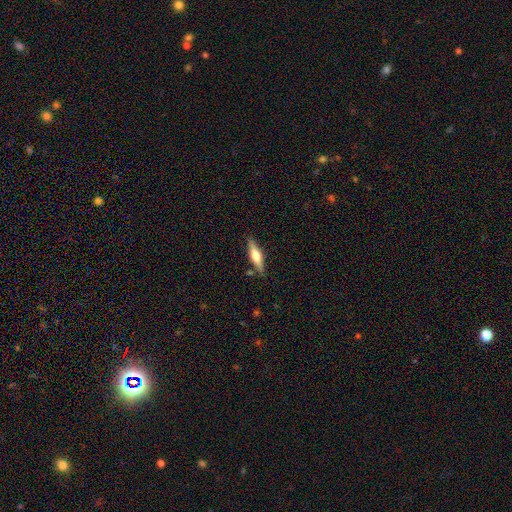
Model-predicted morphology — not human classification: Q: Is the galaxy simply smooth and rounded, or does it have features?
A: featured or disk — 50%.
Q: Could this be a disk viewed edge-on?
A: yes — 94%.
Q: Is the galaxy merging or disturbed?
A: none — 84%.